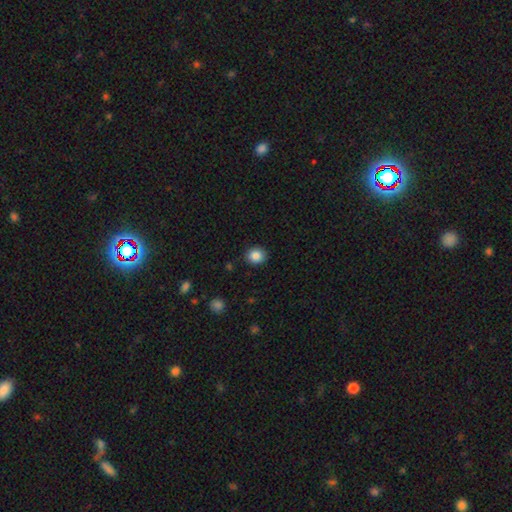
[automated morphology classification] Overall: smooth (85%). How rounded: round (71%). Merging: none (90%).